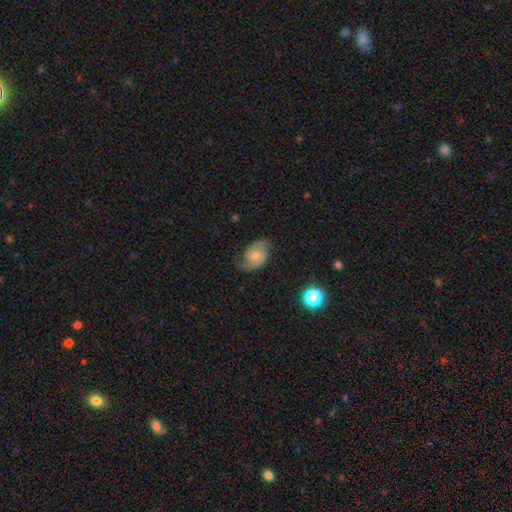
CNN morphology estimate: Smooth or featured? featured or disk (63%)
Edge-on disk? no (97%)
Bar? no (67%)
Spiral arms? yes (91%)
Spiral winding? medium (43%)
Spiral arm count? 2 (82%)
Bulge size? small (46%)
Merging? none (61%)